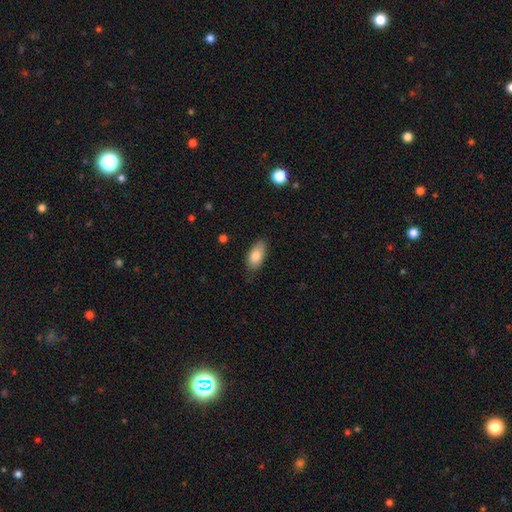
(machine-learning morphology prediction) Smooth or featured?
  - smooth: 82% *
  - featured or disk: 11%
  - star or artifact: 7%
How rounded?
  - in between: 92% *
  - cigar-shaped: 5%
  - round: 3%
Merging?
  - none: 78% *
  - minor disturbance: 18%
  - major disturbance: 3%
  - merger: 1%